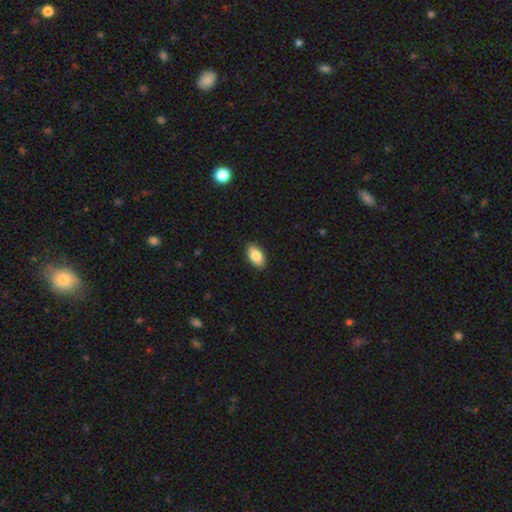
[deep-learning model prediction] Smooth or featured: smooth — 86% (featured or disk — 8%)
How rounded: in between — 93% (round — 4%)
Merging: none — 90% (minor disturbance — 8%)